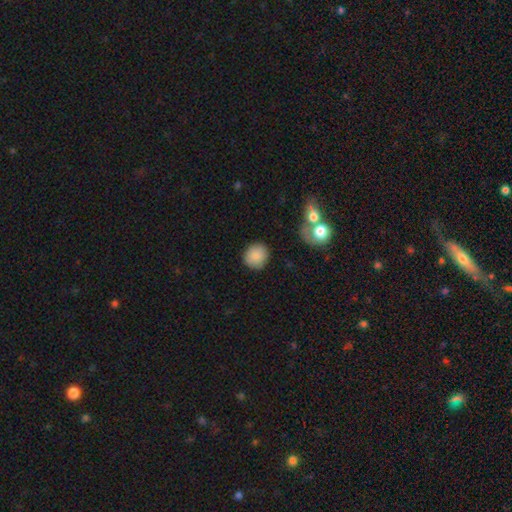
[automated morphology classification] A smooth galaxy with no disk features (87%) that is round (89%). Merging: none (88%).